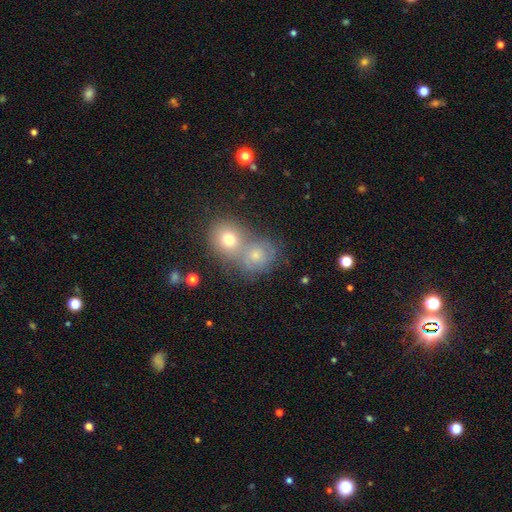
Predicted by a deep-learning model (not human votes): Smooth or featured? Predicted: smooth (p=0.51). How rounded? Predicted: round (p=0.71). Merging? Predicted: merger (p=0.52).